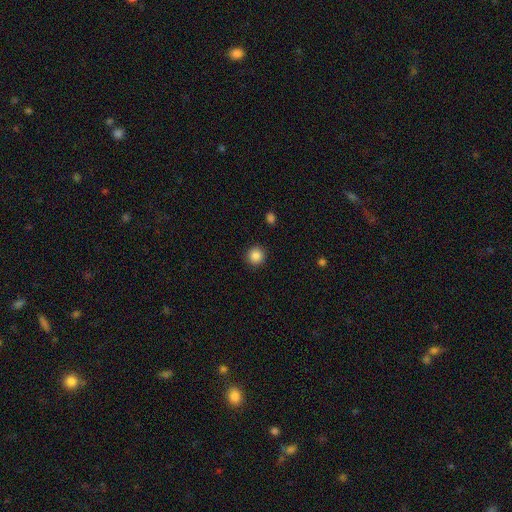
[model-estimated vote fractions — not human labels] smooth_or_featured: smooth (p=0.87) [alt: star or artifact p=0.10]
how_rounded: round (p=0.94) [alt: in between p=0.05]
merging: none (p=0.92) [alt: minor disturbance p=0.05]